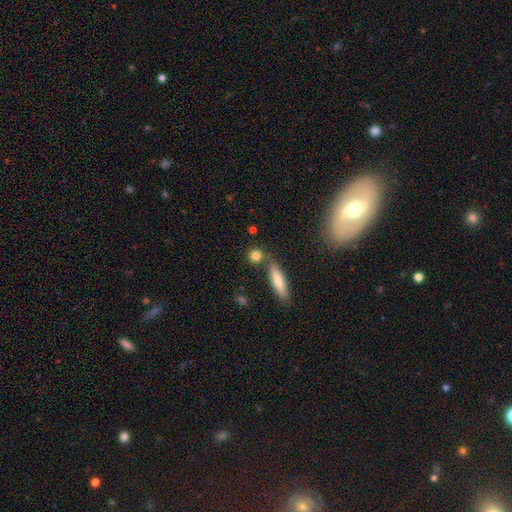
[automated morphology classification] Overall: smooth (81%). How rounded: round (72%). Merging: none (72%).